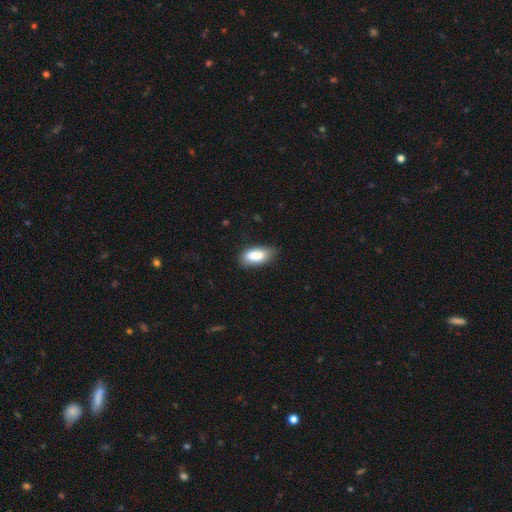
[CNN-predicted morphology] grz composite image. It shows a smooth galaxy with no disk features (86%) that is in between round and cigar-shaped (90%). Merging: none (73%).